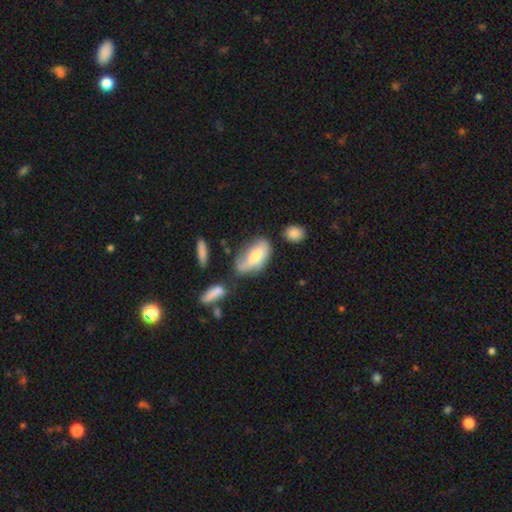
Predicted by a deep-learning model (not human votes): smooth_or_featured: smooth (p=0.59) [alt: featured or disk p=0.33]
how_rounded: in between (p=0.88) [alt: cigar-shaped p=0.08]
merging: none (p=0.36) [alt: minor disturbance p=0.32]